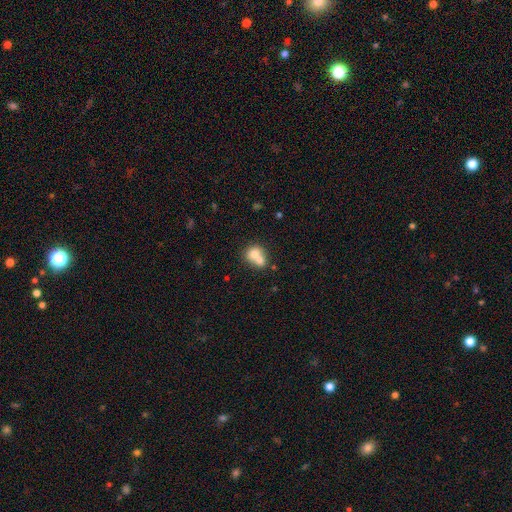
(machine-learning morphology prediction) Q: Smooth or featured?
A: smooth (70%); runner-up: featured or disk (20%)
Q: How rounded?
A: round (62%); runner-up: in between (37%)
Q: Merging?
A: merger (67%); runner-up: none (23%)